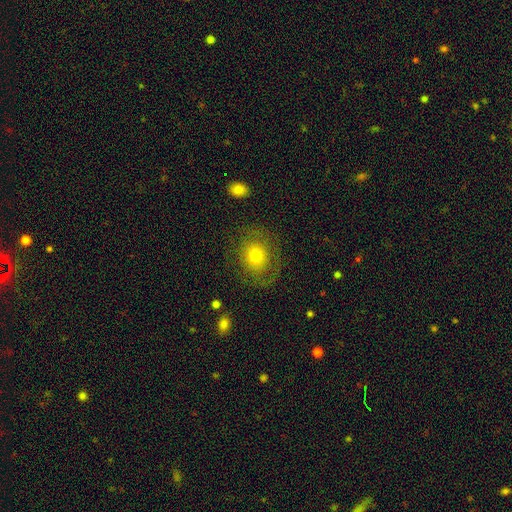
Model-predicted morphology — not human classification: Smooth or featured? smooth (57%)
How rounded? round (69%)
Merging? none (72%)